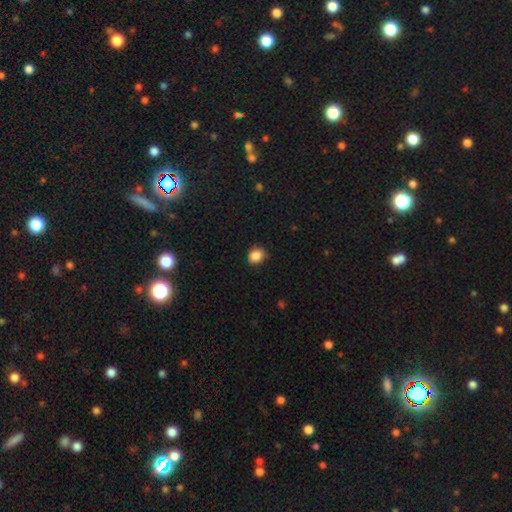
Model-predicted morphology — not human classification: Smooth or featured?
  - smooth: 87% *
  - star or artifact: 9%
  - featured or disk: 4%
How rounded?
  - round: 58% *
  - in between: 41%
  - cigar-shaped: 1%
Merging?
  - none: 76% *
  - minor disturbance: 20%
  - major disturbance: 3%
  - merger: 1%